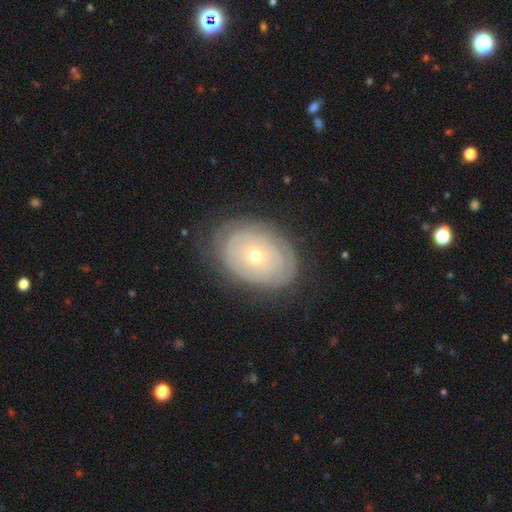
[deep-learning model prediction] Smooth or featured?
  - featured or disk: 63% *
  - smooth: 30%
  - star or artifact: 7%
Edge-on disk?
  - no: 94% *
  - yes: 6%
Bar?
  - no: 89% *
  - weak: 8%
  - strong: 2%
Spiral arms?
  - yes: 55% *
  - no: 45%
Bulge size?
  - small: 55% *
  - moderate: 42%
  - large: 2%
  - dominant: 1%
  - none: 1%
Merging?
  - none: 75% *
  - minor disturbance: 17%
  - major disturbance: 6%
  - merger: 1%